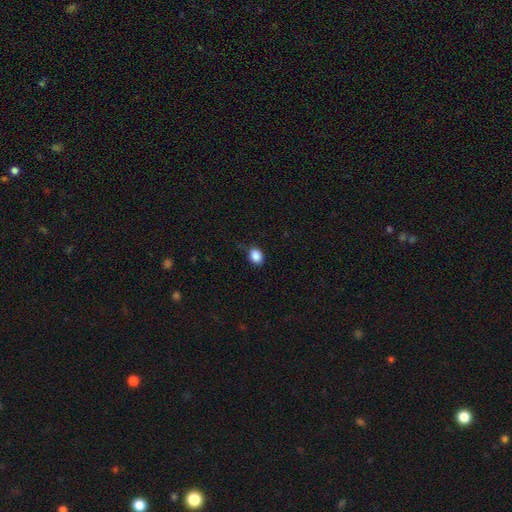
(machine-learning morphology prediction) This appears to be a smooth galaxy with no disk features (87%) that is in between round and cigar-shaped (55%). Merging: none (78%).